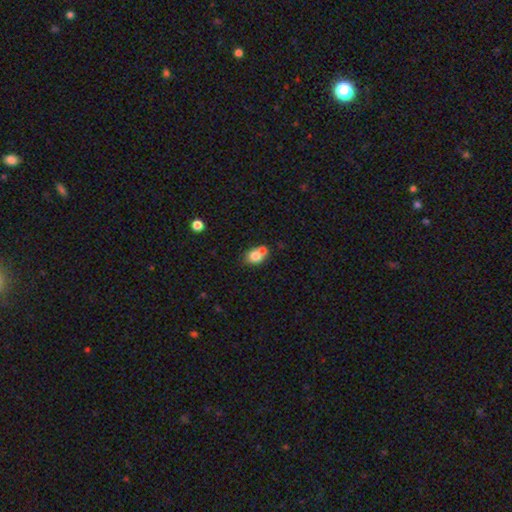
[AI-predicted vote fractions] Morphology: type=smooth (76%); roundness=round (53%); merging=merger (47%).